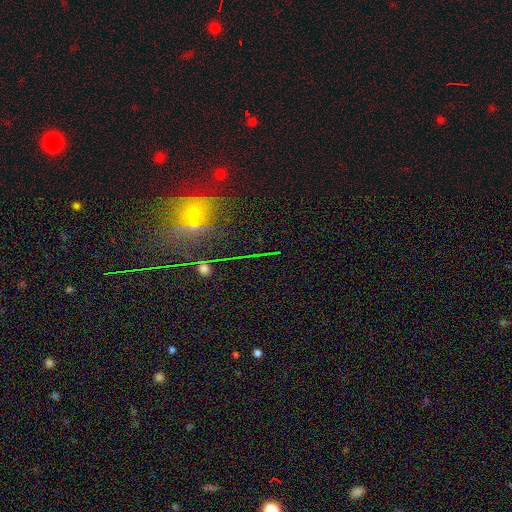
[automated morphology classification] Smooth or featured? star or artifact (70%)